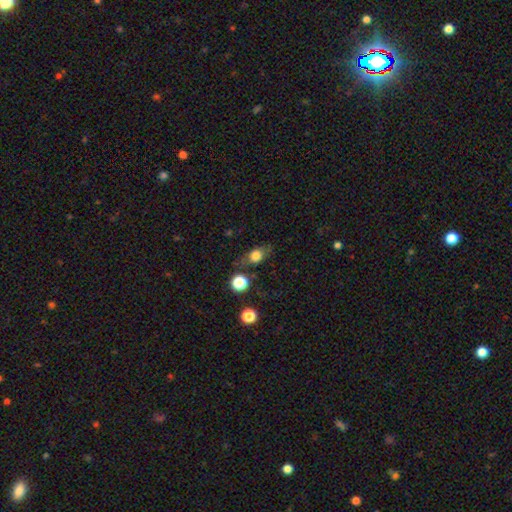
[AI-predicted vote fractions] smooth_or_featured: smooth (p=0.72) [alt: featured or disk p=0.16]
how_rounded: in between (p=0.62) [alt: round p=0.32]
merging: none (p=0.71) [alt: minor disturbance p=0.18]